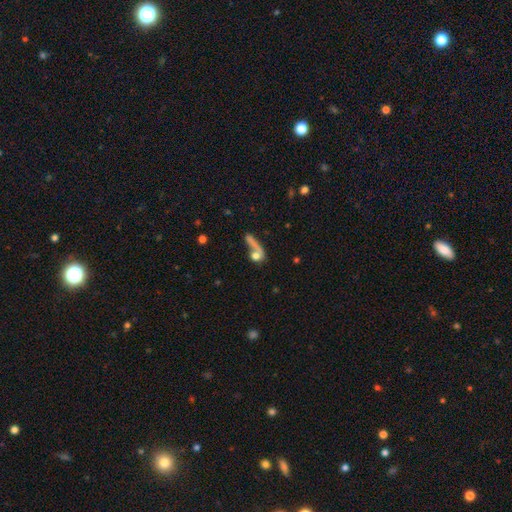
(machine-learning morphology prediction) Smooth or featured? smooth (60%)
How rounded? round (43%)
Merging? none (35%)